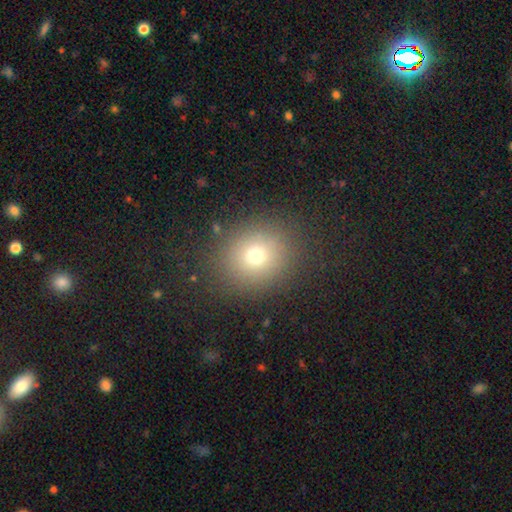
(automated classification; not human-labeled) smooth 71%, star or artifact 17%, featured or disk 11%. Down the decision tree: how rounded — round (77%); merging — none (85%).